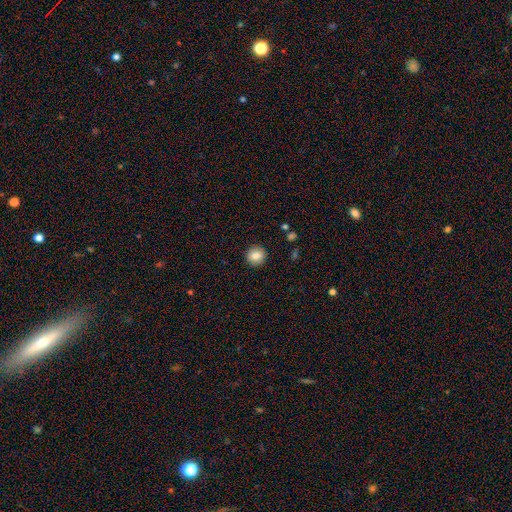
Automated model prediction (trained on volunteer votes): Overall: smooth (83%). How rounded: round (92%). Merging: none (92%).